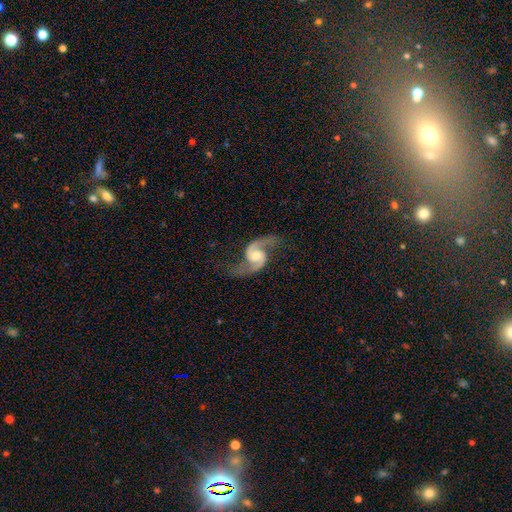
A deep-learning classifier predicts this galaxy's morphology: type=featured or disk (92%); edge-on=no (98%); bar=no (51%); spiral arms=yes (98%); winding=loose (54%); arm count=2 (94%); bulge=moderate (63%); merging=none (76%).